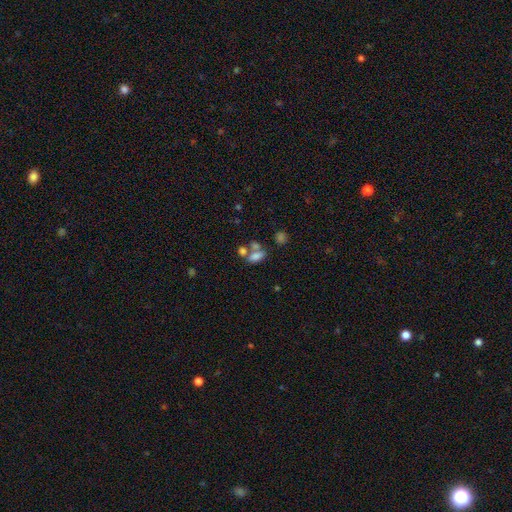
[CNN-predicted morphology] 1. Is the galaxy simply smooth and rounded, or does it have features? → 72% smooth, 15% featured or disk, 13% star or artifact.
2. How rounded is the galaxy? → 84% in between, 12% round, 5% cigar-shaped.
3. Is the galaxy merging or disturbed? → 45% merger, 35% none, 12% minor disturbance, 8% major disturbance.